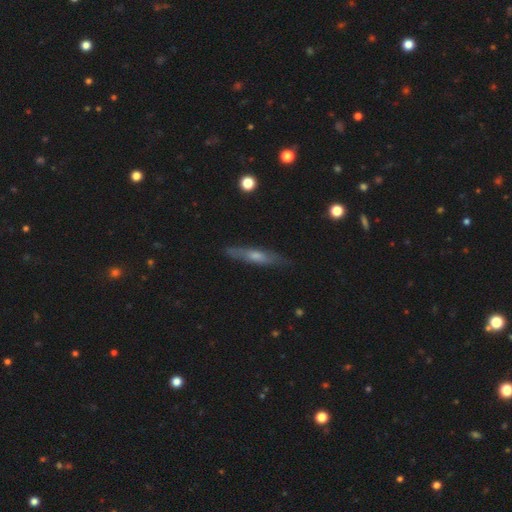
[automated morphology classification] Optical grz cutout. It shows a featured or disk galaxy (54%) viewed edge-on (82%). Merging: none (84%).